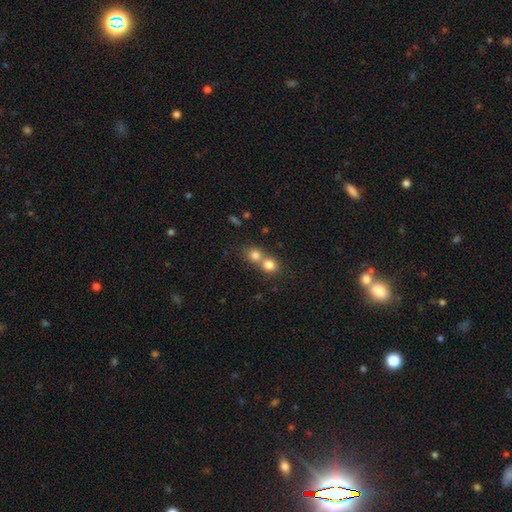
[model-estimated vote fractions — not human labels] Q: Smooth or featured?
A: smooth (77%); runner-up: star or artifact (13%)
Q: How rounded?
A: round (81%); runner-up: in between (17%)
Q: Merging?
A: merger (58%); runner-up: none (35%)